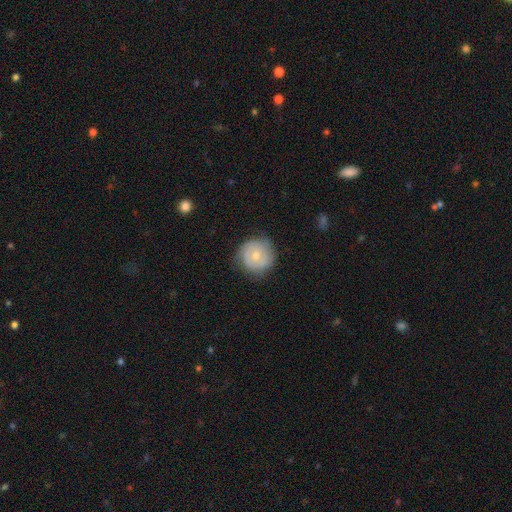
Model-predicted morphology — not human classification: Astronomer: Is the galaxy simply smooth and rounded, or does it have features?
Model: featured or disk — 50% (runner-up: smooth, 43%).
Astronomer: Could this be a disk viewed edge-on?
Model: no — 97%.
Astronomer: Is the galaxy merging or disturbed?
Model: none — 76%.